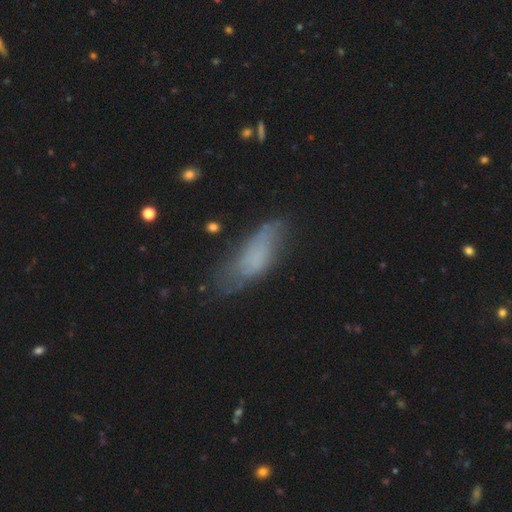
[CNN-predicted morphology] Smooth or featured? smooth (59%)
How rounded? in between (64%)
Merging? none (54%)